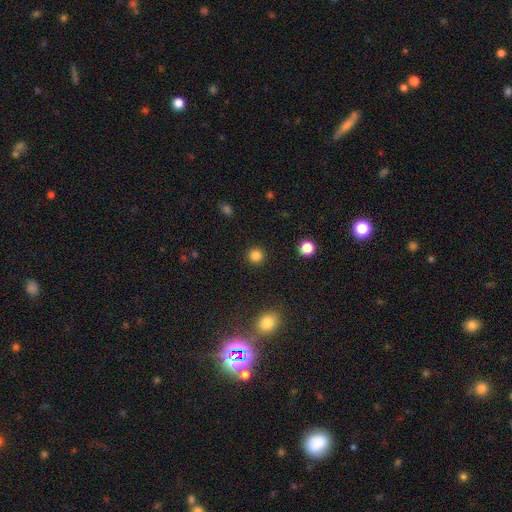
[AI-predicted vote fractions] Q: Smooth or featured?
A: smooth (84%); runner-up: star or artifact (13%)
Q: How rounded?
A: round (95%); runner-up: in between (4%)
Q: Merging?
A: none (92%); runner-up: minor disturbance (5%)